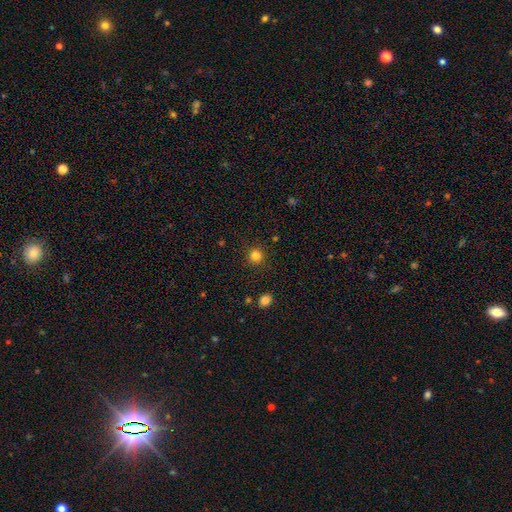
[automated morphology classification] Q: Smooth or featured?
A: smooth (83%); runner-up: star or artifact (13%)
Q: How rounded?
A: round (94%); runner-up: in between (5%)
Q: Merging?
A: none (91%); runner-up: minor disturbance (6%)